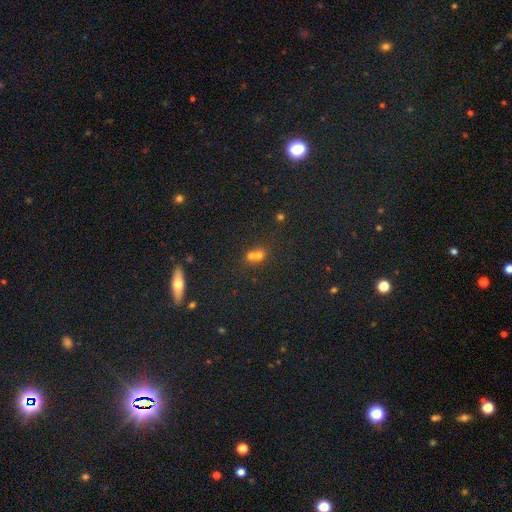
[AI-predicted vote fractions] This is likely a smooth galaxy (64%). How rounded: likely round (74%). Merging: likely merger (66%).